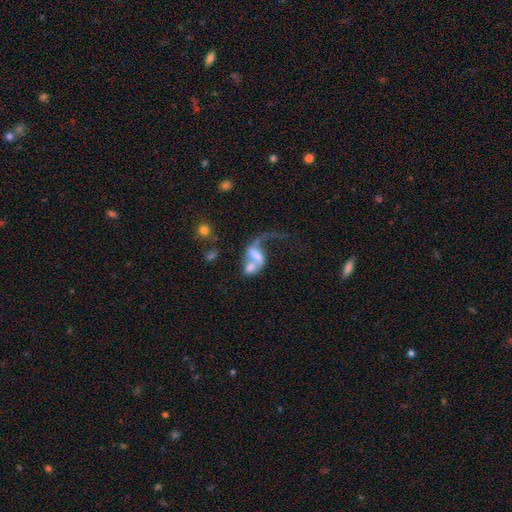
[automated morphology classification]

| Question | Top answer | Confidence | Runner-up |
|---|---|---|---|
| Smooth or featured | featured or disk | 53% | smooth (37%) |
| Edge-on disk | no | 95% | yes (5%) |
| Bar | no | 49% | weak (30%) |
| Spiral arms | yes | 58% | no (42%) |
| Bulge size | none | 27% | tied: moderate (27%) |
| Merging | merger | 63% | major disturbance (19%) |